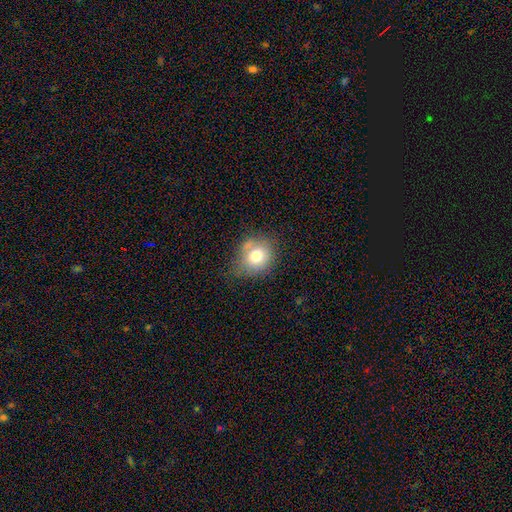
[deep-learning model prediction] smooth-or-featured: smooth: 74% | featured or disk: 15% | star or artifact: 11%
  how-rounded: round: 67% | in between: 32% | cigar-shaped: 1%
  merging: none: 59% | minor disturbance: 27% | major disturbance: 8% | merger: 6%